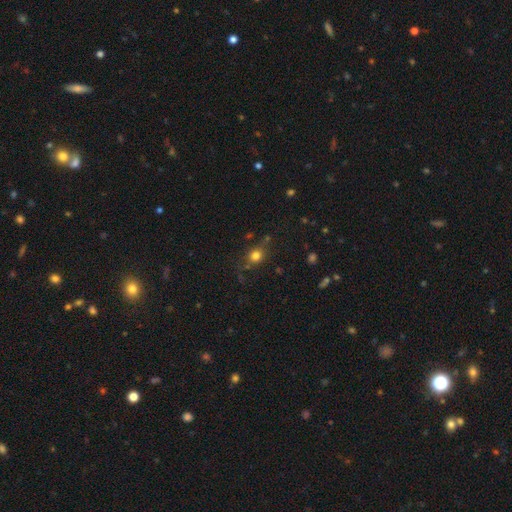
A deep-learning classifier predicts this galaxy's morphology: Smooth or featured?
  - smooth: 75% *
  - star or artifact: 16%
  - featured or disk: 9%
How rounded?
  - round: 77% *
  - in between: 21%
  - cigar-shaped: 2%
Merging?
  - none: 74% *
  - minor disturbance: 16%
  - major disturbance: 6%
  - merger: 4%